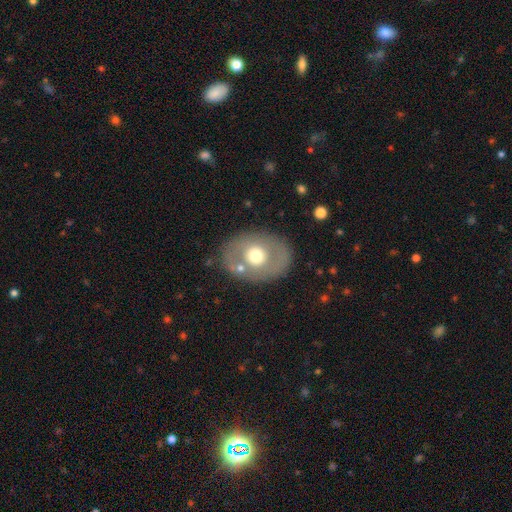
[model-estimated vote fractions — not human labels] Smooth or featured? Predicted: smooth (p=0.51). How rounded? Predicted: in between (p=0.55). Merging? Predicted: none (p=0.78).